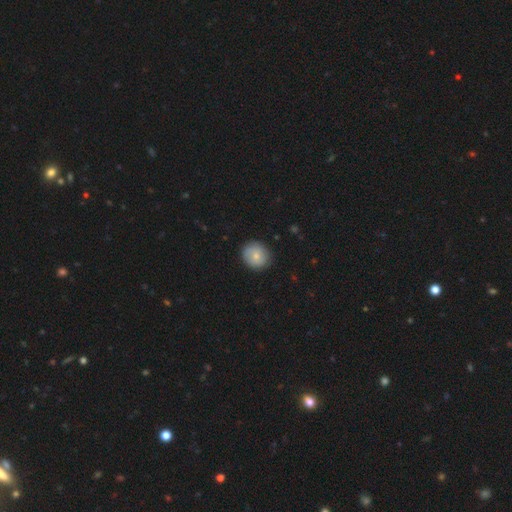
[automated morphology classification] type=smooth (75%); roundness=round (89%); merging=none (86%).